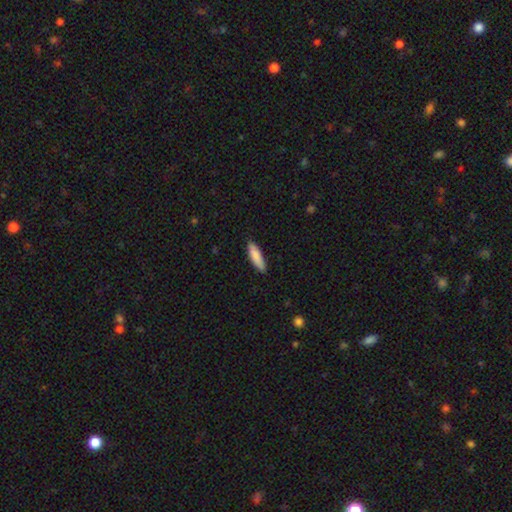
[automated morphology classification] smooth_or_featured: smooth (p=0.86) [alt: featured or disk p=0.08]
how_rounded: cigar-shaped (p=0.65) [alt: in between p=0.34]
merging: none (p=0.87) [alt: minor disturbance p=0.10]